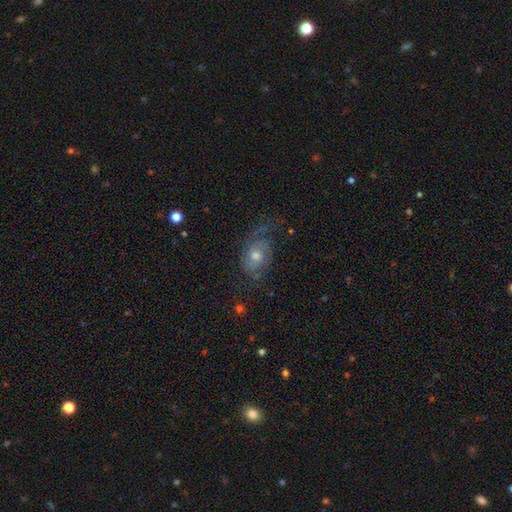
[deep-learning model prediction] A featured or disk galaxy (63%) with no bar (76%), spiral arms (82%) and a moderate central bulge (64%).

Vote fractions:
- Smooth or featured? featured or disk: 63% / smooth: 25% / star or artifact: 12%
- Edge-on disk? no: 95% / yes: 5%
- Bar? no: 76% / weak: 21% / strong: 3%
- Spiral arms? yes: 82% / no: 18%
- Bulge size? moderate: 64% / small: 27% / large: 7% / none: 2% / dominant: 1%
- Merging? none: 53% / major disturbance: 23% / minor disturbance: 23% / merger: 2%